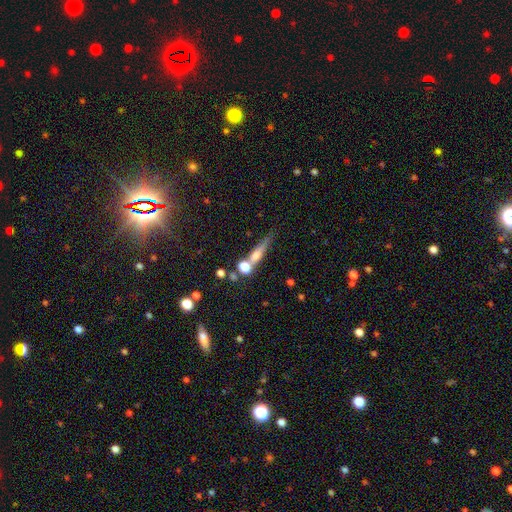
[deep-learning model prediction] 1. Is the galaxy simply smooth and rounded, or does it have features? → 53% smooth, 35% featured or disk, 13% star or artifact.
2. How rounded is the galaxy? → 65% cigar-shaped, 21% in between, 14% round.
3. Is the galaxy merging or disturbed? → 47% none, 28% merger, 15% minor disturbance, 9% major disturbance.